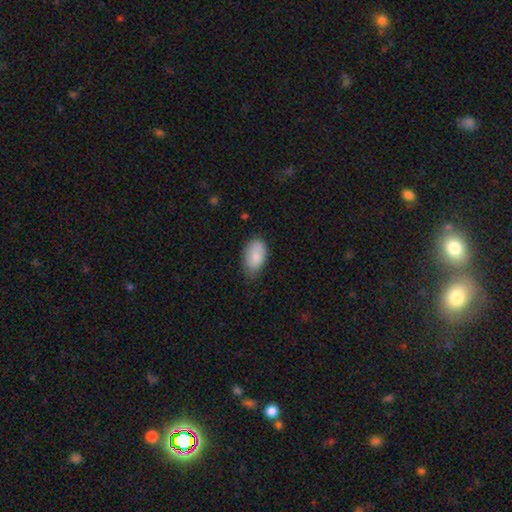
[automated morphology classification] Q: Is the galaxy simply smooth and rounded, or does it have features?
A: smooth — 83%.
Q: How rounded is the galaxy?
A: in between — 93%.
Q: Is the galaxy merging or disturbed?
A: none — 64%.